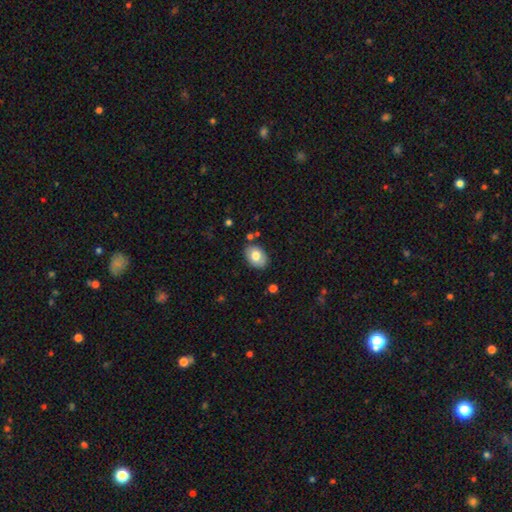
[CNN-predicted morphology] smooth 74%, featured or disk 19%, star or artifact 7%. Down the decision tree: how rounded — in between (77%); merging — none (82%).